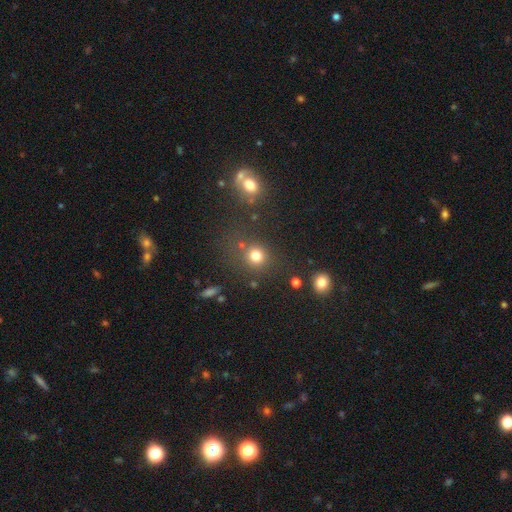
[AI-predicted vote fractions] Morphology: type=smooth (78%); roundness=round (85%); merging=none (72%).